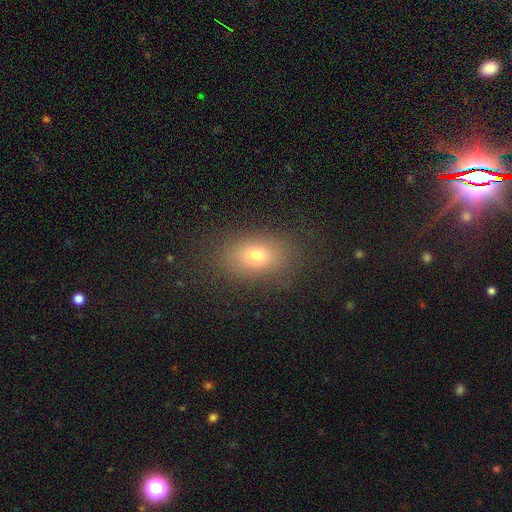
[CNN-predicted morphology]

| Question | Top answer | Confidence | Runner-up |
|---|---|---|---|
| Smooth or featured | smooth | 70% | star or artifact (16%) |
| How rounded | in between | 78% | round (20%) |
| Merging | none | 85% | minor disturbance (10%) |